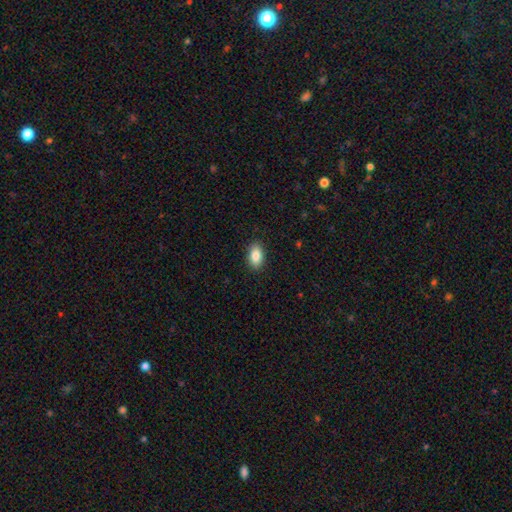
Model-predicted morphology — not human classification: Smooth or featured? Predicted: smooth (p=0.86). How rounded? Predicted: in between (p=0.91). Merging? Predicted: none (p=0.89).